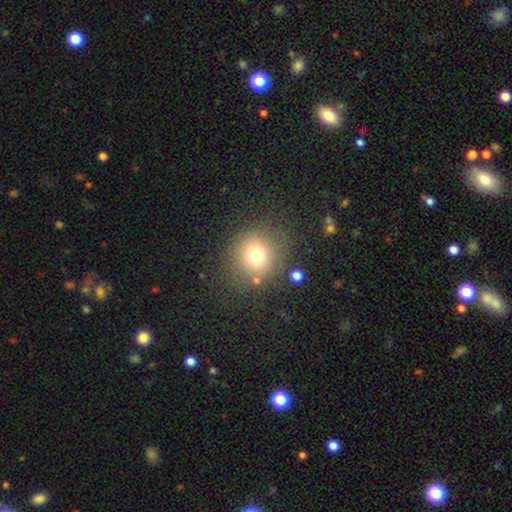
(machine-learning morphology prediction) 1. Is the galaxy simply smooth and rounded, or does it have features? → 73% smooth, 16% star or artifact, 11% featured or disk.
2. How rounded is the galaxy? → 86% round, 13% in between, 1% cigar-shaped.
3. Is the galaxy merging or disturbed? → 80% none, 10% minor disturbance, 6% major disturbance, 4% merger.